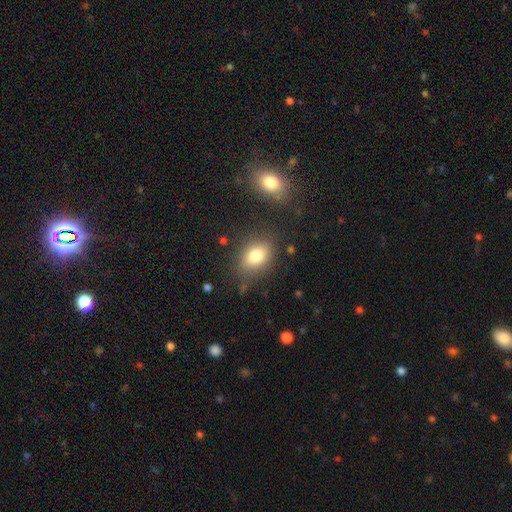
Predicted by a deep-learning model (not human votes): Overall: smooth (79%). How rounded: in between (74%). Merging: none (77%).